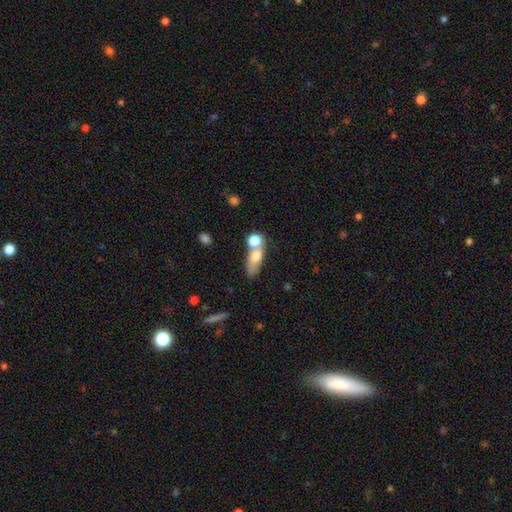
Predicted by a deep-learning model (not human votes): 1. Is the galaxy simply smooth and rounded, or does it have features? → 69% smooth, 21% featured or disk, 10% star or artifact.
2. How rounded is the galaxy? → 65% in between, 18% cigar-shaped, 17% round.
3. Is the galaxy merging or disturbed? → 48% merger, 30% none, 13% minor disturbance, 10% major disturbance.